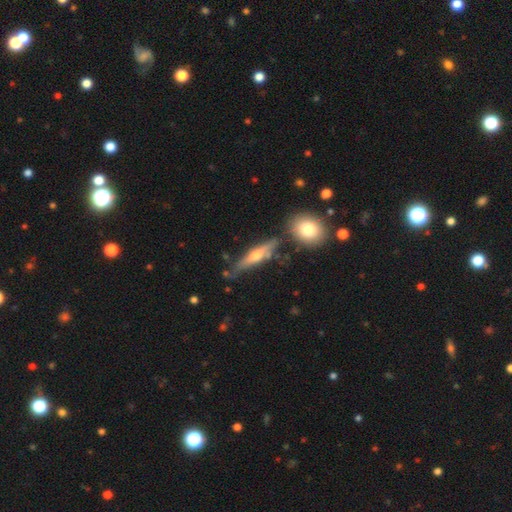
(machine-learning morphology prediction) A featured or disk galaxy (57%) viewed edge-on (90%) with a rounded central bulge (88%).

Vote fractions:
- Smooth or featured? featured or disk: 57% / smooth: 36% / star or artifact: 7%
- Edge-on disk? yes: 90% / no: 10%
- Edge-on bulge? rounded: 88% / none: 6% / boxy: 6%
- Merging? none: 68% / minor disturbance: 17% / merger: 10% / major disturbance: 5%